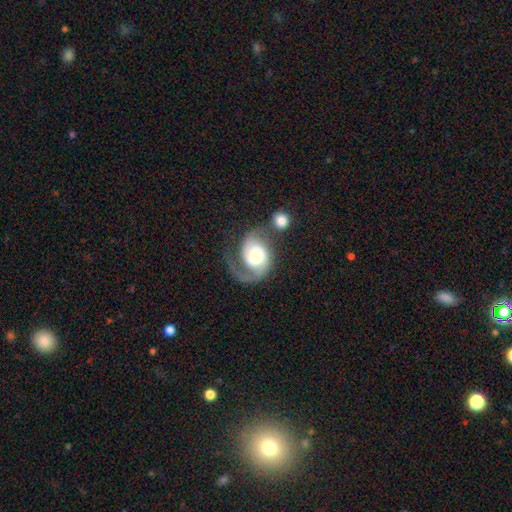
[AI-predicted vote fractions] The model was most divided on "merging": none: 38%, major disturbance: 27%, minor disturbance: 19%, merger: 15%. Remaining: edge-on disk — no (98%); spiral arms — yes (95%); smooth or featured — featured or disk (79%); bar — no (67%); spiral arm count — 2 (56%); spiral winding — medium (44%); bulge size — moderate (43%).